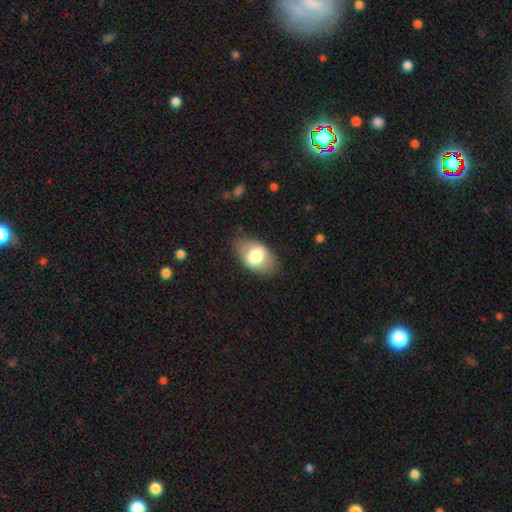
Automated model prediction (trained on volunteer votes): Overall: smooth (70%). How rounded: in between (89%). Merging: none (79%).